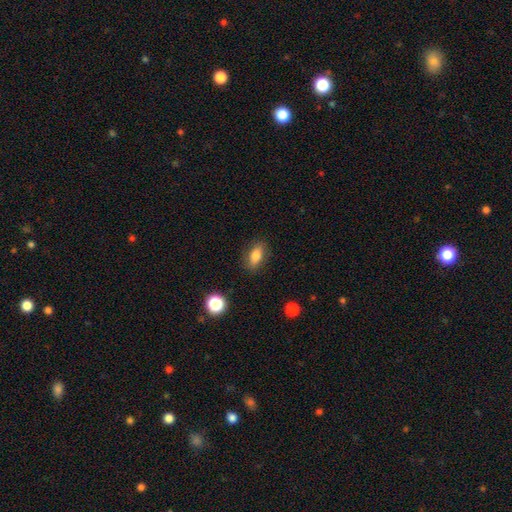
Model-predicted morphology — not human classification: A smooth galaxy with no disk features (80%) that is in between round and cigar-shaped (81%).

Vote fractions:
- Smooth or featured? smooth: 80% / featured or disk: 11% / star or artifact: 9%
- How rounded? in between: 81% / cigar-shaped: 11% / round: 8%
- Merging? none: 85% / minor disturbance: 11% / major disturbance: 3% / merger: 1%